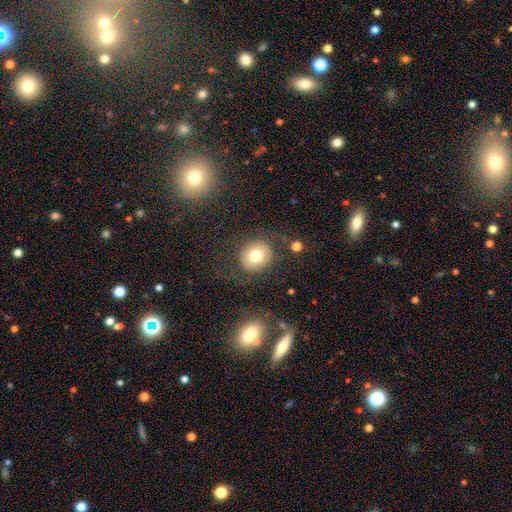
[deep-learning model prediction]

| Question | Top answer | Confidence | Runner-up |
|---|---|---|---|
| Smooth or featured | smooth | 75% | featured or disk (15%) |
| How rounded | round | 78% | in between (22%) |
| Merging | none | 80% | minor disturbance (11%) |